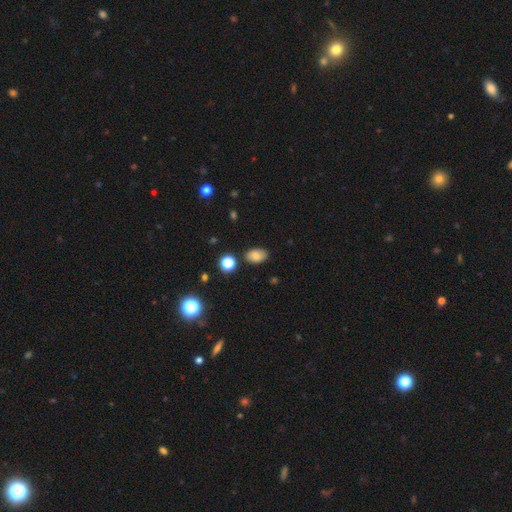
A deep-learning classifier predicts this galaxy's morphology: smooth 80%, star or artifact 11%, featured or disk 9%. Down the decision tree: how rounded — in between (87%); merging — none (83%).